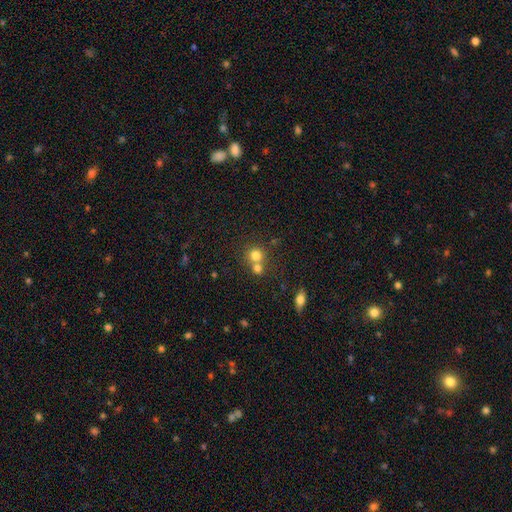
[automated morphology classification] Overall: smooth (77%). How rounded: round (88%). Merging: none (48%; merger 44%).